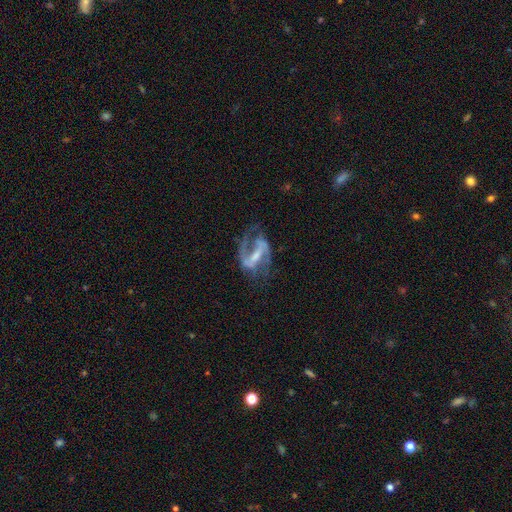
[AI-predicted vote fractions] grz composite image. It shows a featured or disk galaxy (87%) with a strong bar (55%), 2 (85%) medium (51%) spiral arms (92%) and a moderate central bulge (34%). Merging: none (56%).